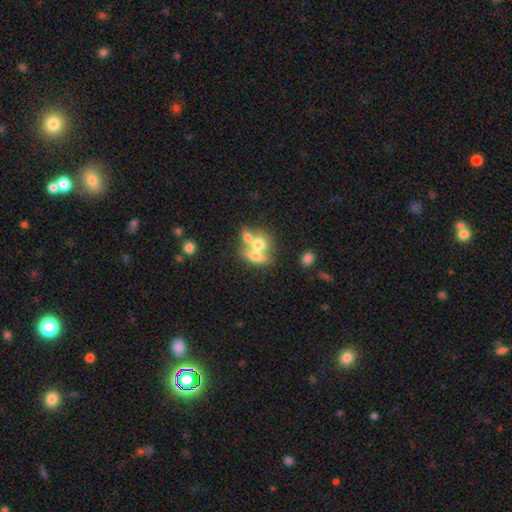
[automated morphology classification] A smooth galaxy with no disk features (59%) that is in between round and cigar-shaped (54%). Merging: merger (62%).